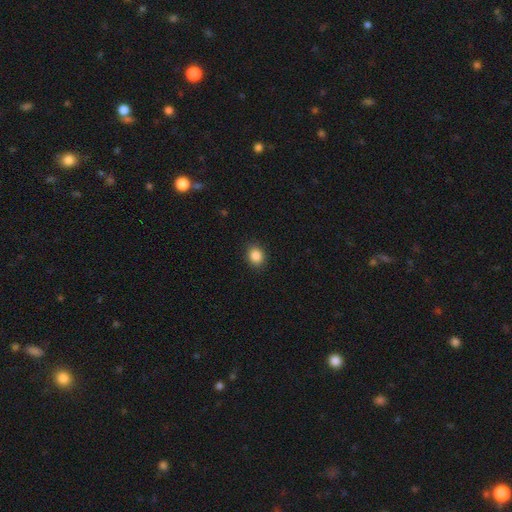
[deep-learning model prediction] Q: Smooth or featured?
A: smooth (87%); runner-up: star or artifact (9%)
Q: How rounded?
A: round (57%); runner-up: in between (42%)
Q: Merging?
A: none (89%); runner-up: minor disturbance (8%)